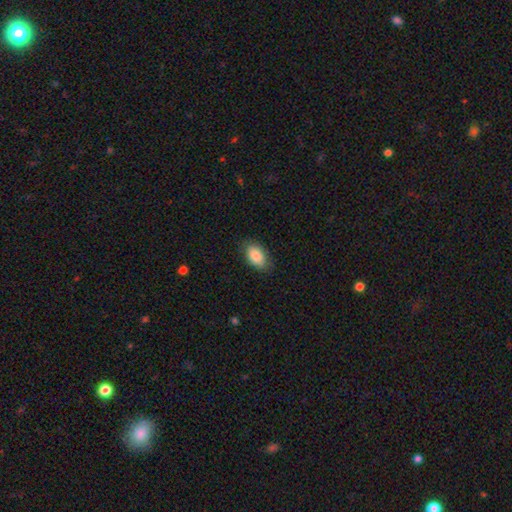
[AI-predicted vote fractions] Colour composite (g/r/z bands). It shows a smooth galaxy with no disk features (86%) that is in between round and cigar-shaped (91%). Merging: none (81%).